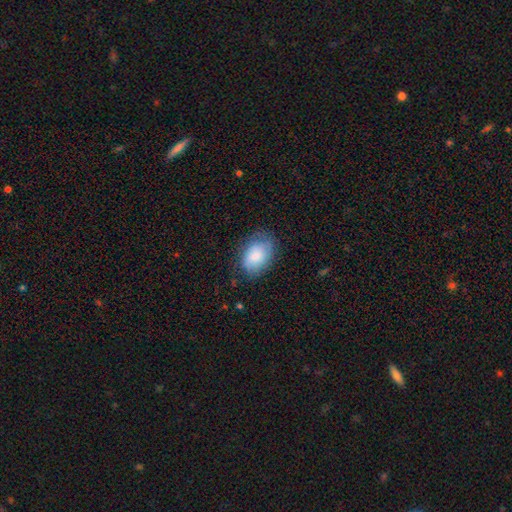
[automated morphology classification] This is likely a smooth galaxy (78%). How rounded: clearly in between (81%). Merging: likely none (67%).